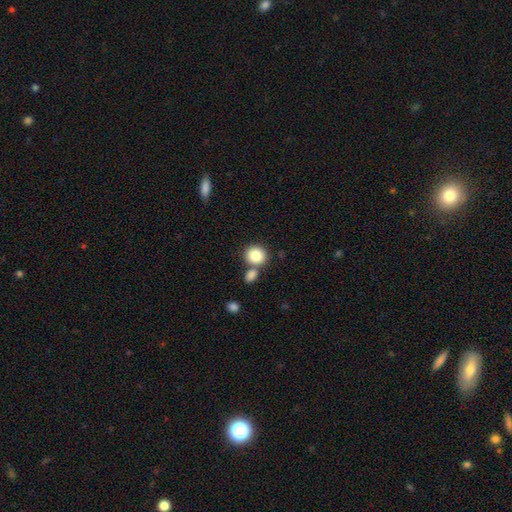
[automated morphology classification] Q: Smooth or featured?
A: smooth (85%); runner-up: star or artifact (8%)
Q: How rounded?
A: round (81%); runner-up: in between (18%)
Q: Merging?
A: none (62%); runner-up: merger (26%)